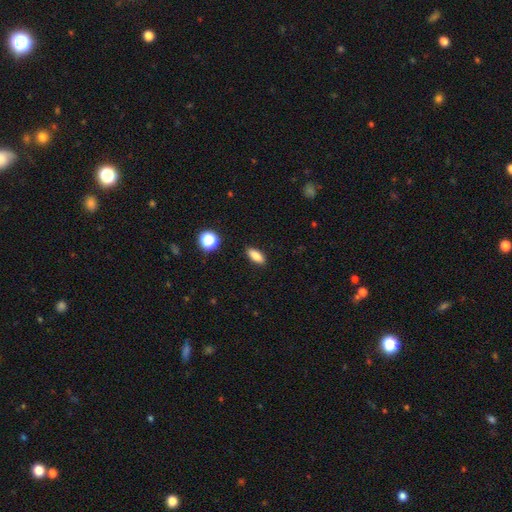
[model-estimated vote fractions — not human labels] Overall: smooth (82%). How rounded: in between (76%). Merging: none (89%).